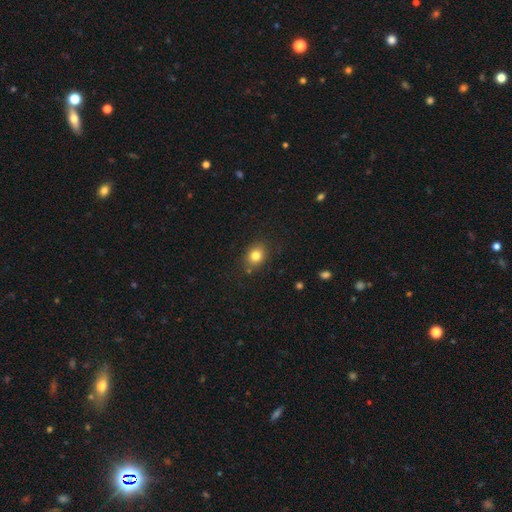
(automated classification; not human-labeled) Smooth or featured? Predicted: smooth (p=0.80). How rounded? Predicted: round (p=0.56). Merging? Predicted: none (p=0.83).